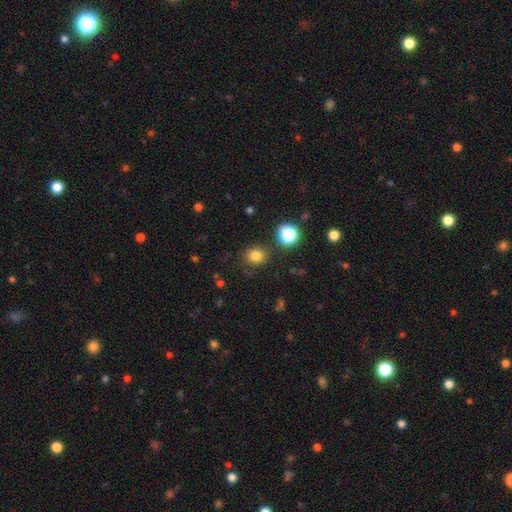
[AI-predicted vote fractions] This appears to be a smooth galaxy with no disk features (79%) that is round (78%). Merging: none (83%).